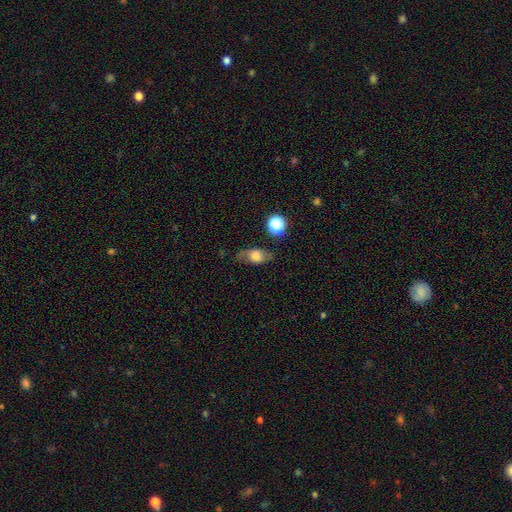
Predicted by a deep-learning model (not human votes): smooth 59%, featured or disk 30%, star or artifact 11%. Down the decision tree: how rounded — in between (71%); merging — none (68%).